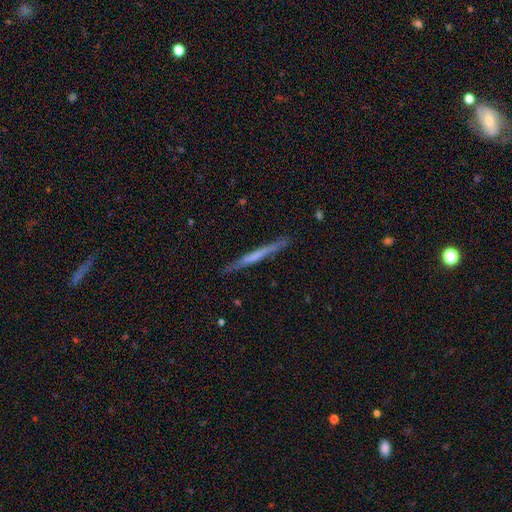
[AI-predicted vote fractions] Overall: featured or disk (51%; smooth 43%). Edge-on disk: yes (95%). Merging: none (86%).